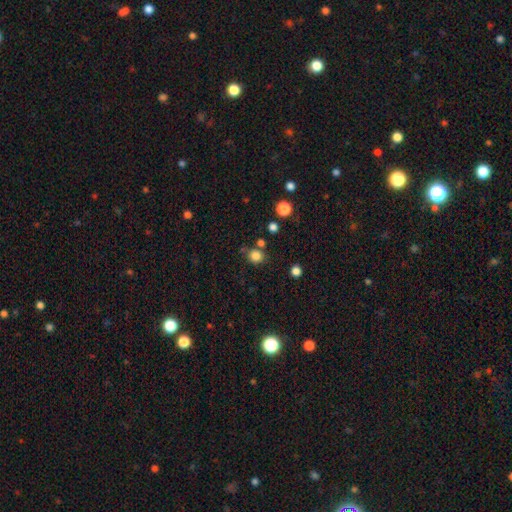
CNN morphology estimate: Q: Smooth or featured?
A: smooth (82%); runner-up: star or artifact (14%)
Q: How rounded?
A: round (80%); runner-up: in between (19%)
Q: Merging?
A: none (75%); runner-up: minor disturbance (11%)